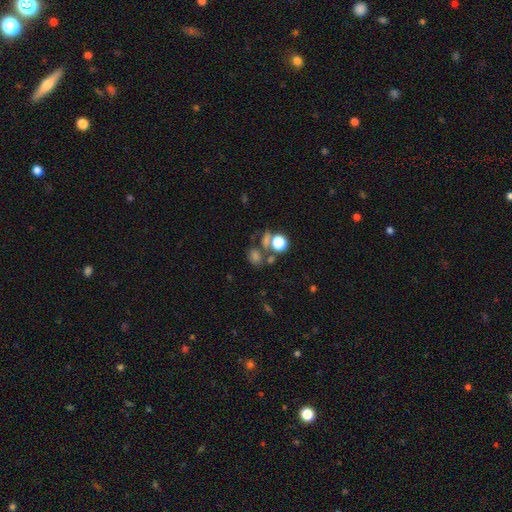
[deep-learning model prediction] Smooth or featured? smooth (48%)
Merging? none (53%)